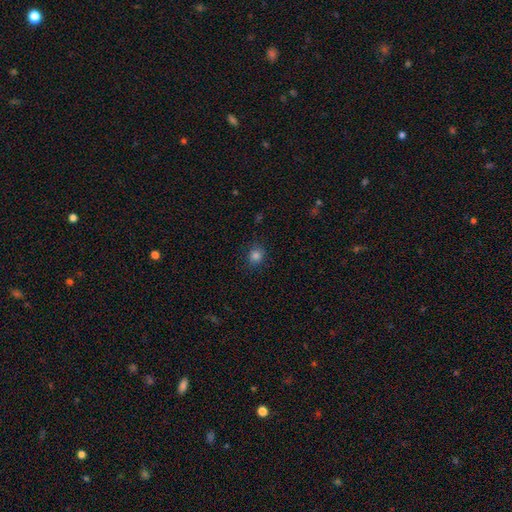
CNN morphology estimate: type=smooth (82%); roundness=round (83%); merging=none (87%).